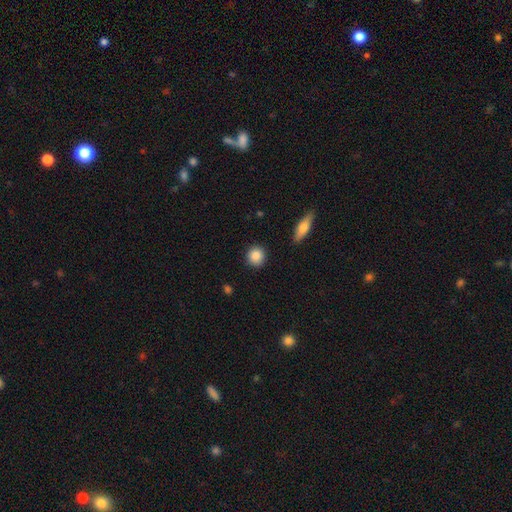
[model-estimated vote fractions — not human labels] smooth_or_featured: smooth (p=0.87) [alt: star or artifact p=0.07]
how_rounded: round (p=0.90) [alt: in between p=0.09]
merging: none (p=0.89) [alt: minor disturbance p=0.07]